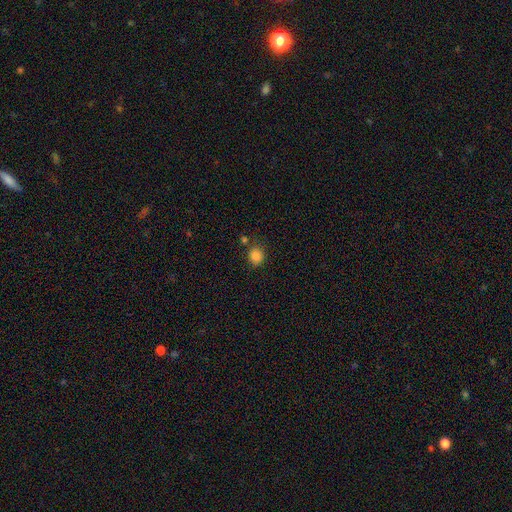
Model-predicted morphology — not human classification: Smooth or featured: smooth — 85% (star or artifact — 11%)
How rounded: round — 81% (in between — 18%)
Merging: none — 75% (minor disturbance — 13%)